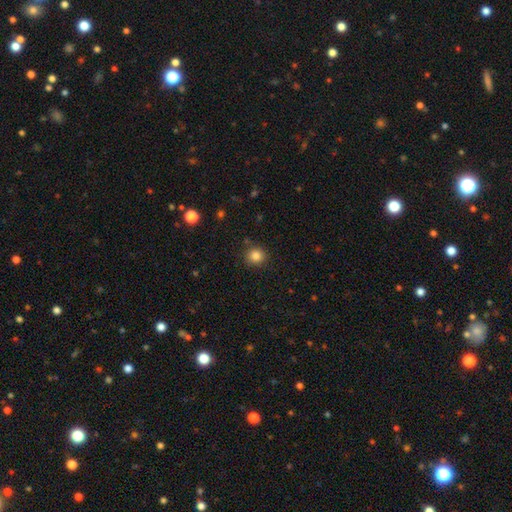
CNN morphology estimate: Q: Smooth or featured?
A: smooth (84%); runner-up: star or artifact (12%)
Q: How rounded?
A: round (91%); runner-up: in between (8%)
Q: Merging?
A: none (88%); runner-up: minor disturbance (8%)